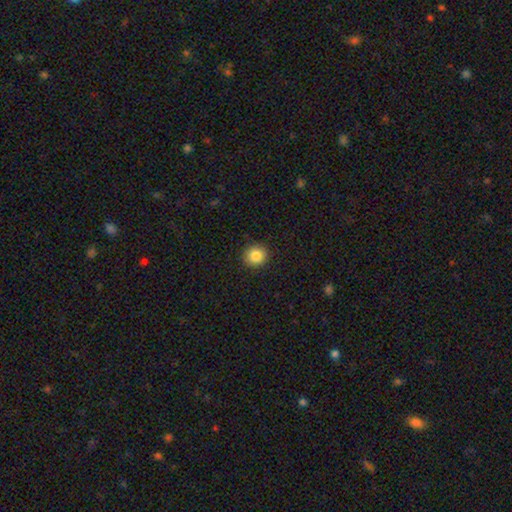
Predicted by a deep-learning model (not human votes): Morphology: type=smooth (86%); roundness=round (91%); merging=none (91%).